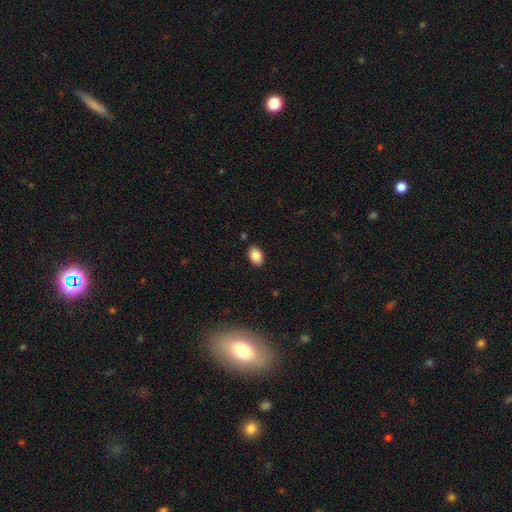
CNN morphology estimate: This is clearly a smooth galaxy (86%). How rounded: clearly in between (81%). Merging: clearly none (87%).